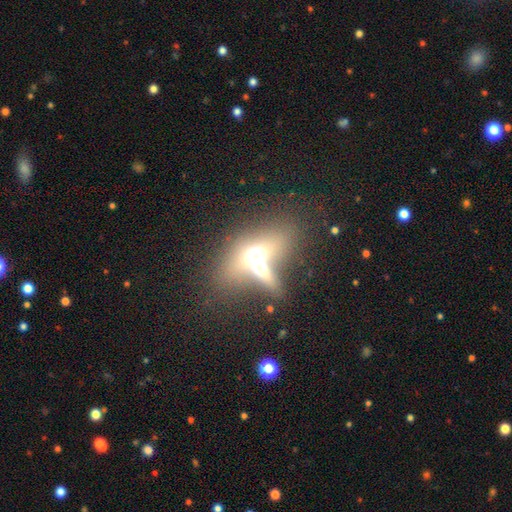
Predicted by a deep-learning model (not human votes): Smooth or featured? smooth (50%)
How rounded? in between (69%)
Merging? merger (64%)